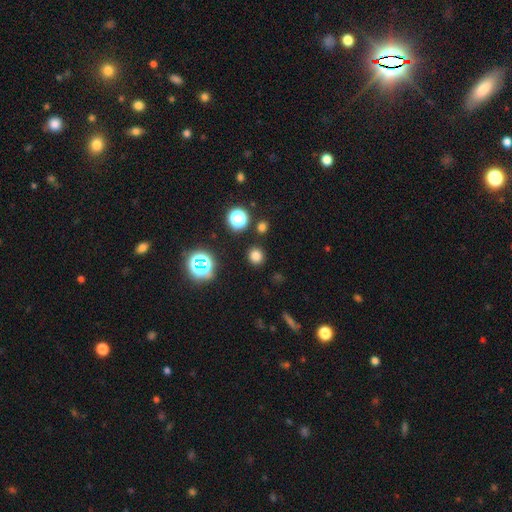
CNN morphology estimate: Smooth or featured?
  - smooth: 75% *
  - star or artifact: 20%
  - featured or disk: 5%
How rounded?
  - round: 89% *
  - in between: 10%
  - cigar-shaped: 1%
Merging?
  - none: 89% *
  - minor disturbance: 6%
  - merger: 3%
  - major disturbance: 3%